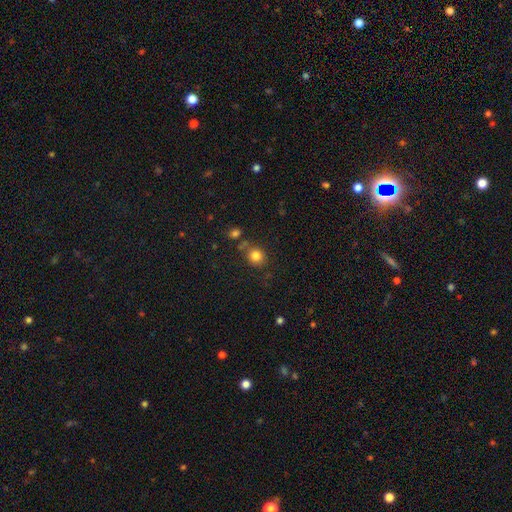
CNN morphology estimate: The model was most divided on "merging": none: 72%, minor disturbance: 13%, merger: 11%, major disturbance: 5%. More confident: smooth or featured — smooth (82%); how rounded — round (81%).